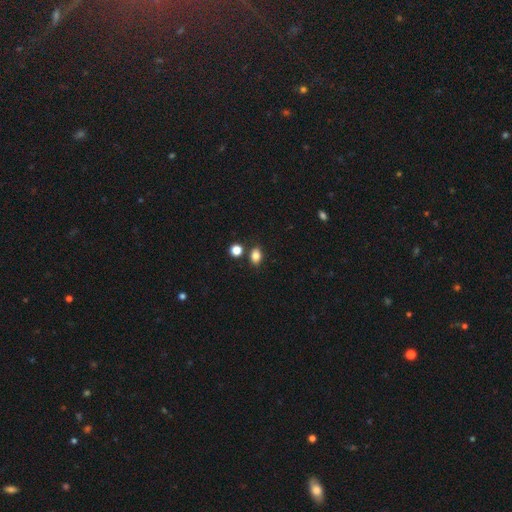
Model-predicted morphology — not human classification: Smooth or featured? smooth (83%)
How rounded? in between (72%)
Merging? none (78%)